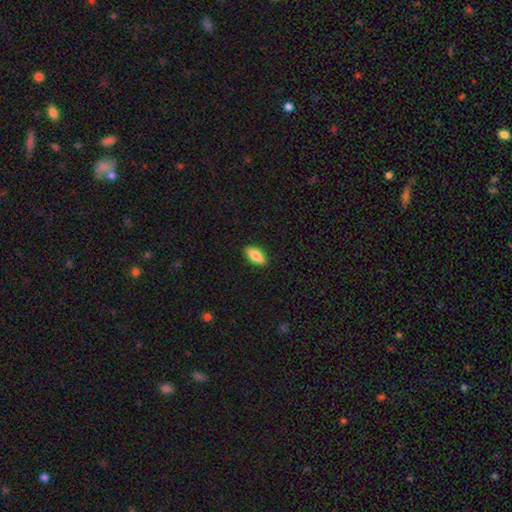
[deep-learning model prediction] Smooth or featured: smooth — 77% (featured or disk — 16%)
How rounded: in between — 76% (cigar-shaped — 21%)
Merging: none — 89% (minor disturbance — 8%)